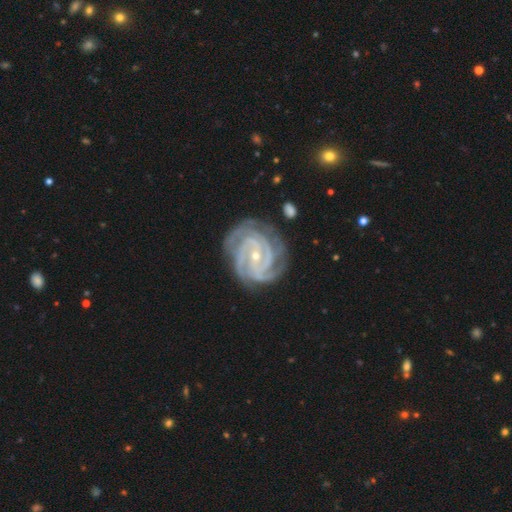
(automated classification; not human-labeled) Overall: featured or disk (93%). Edge-on disk: no (98%). Bar: no (38%; weak 37%). Spiral arms: yes (99%). Spiral arm count: 3 (37%; 4 27%). Spiral winding: tight (76%). Bulge size: small (71%). Merging: none (77%).